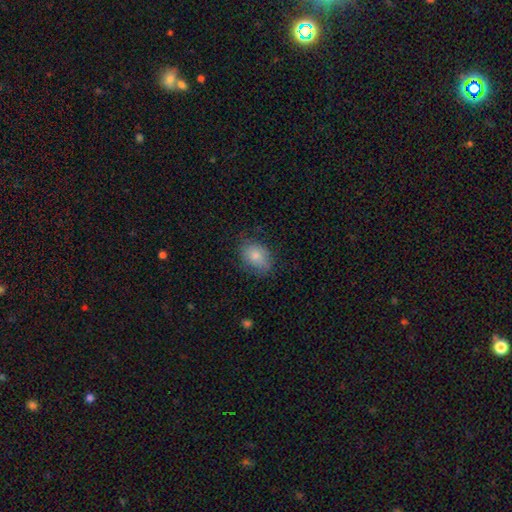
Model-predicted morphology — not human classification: Smooth or featured?
  - smooth: 80% *
  - featured or disk: 12%
  - star or artifact: 8%
How rounded?
  - in between: 75% *
  - round: 24%
  - cigar-shaped: 1%
Merging?
  - none: 69% *
  - minor disturbance: 23%
  - major disturbance: 7%
  - merger: 1%